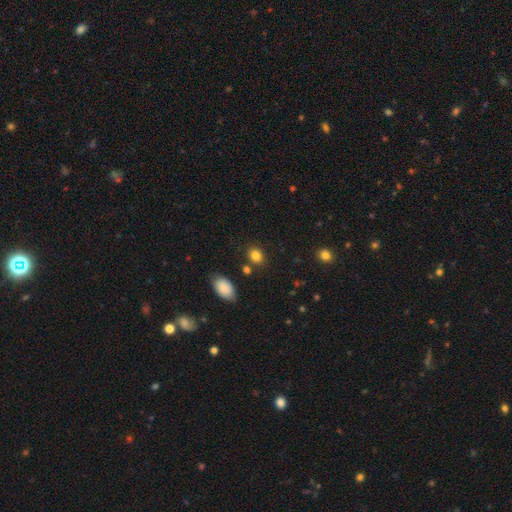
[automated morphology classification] Smooth or featured? Predicted: smooth (p=0.83). How rounded? Predicted: round (p=0.53). Merging? Predicted: none (p=0.81).